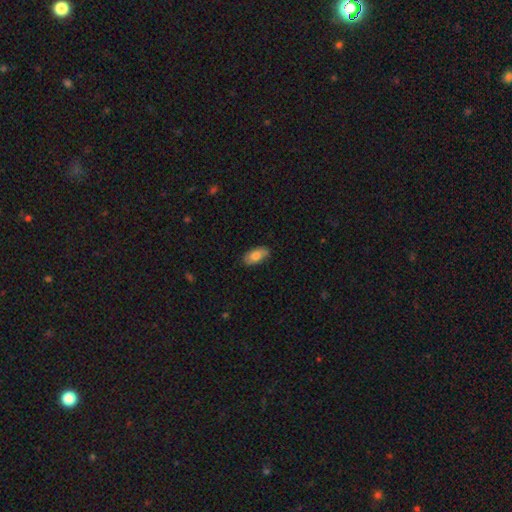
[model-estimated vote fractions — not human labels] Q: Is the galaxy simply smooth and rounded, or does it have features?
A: smooth — 79%.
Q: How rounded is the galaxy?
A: in between — 92%.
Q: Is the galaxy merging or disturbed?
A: none — 81%.